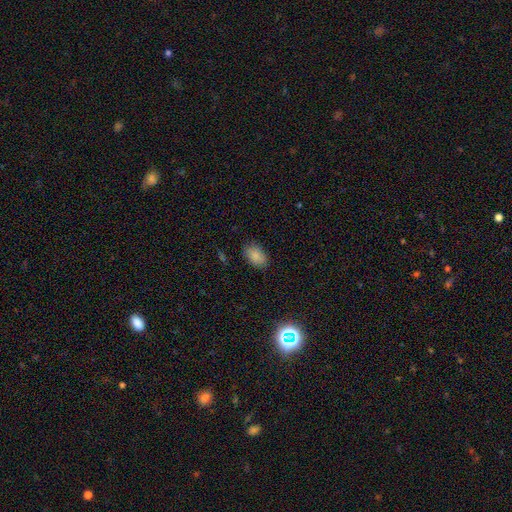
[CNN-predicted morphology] A smooth galaxy with no disk features (86%) that is in between round and cigar-shaped (89%). Merging: none (84%).